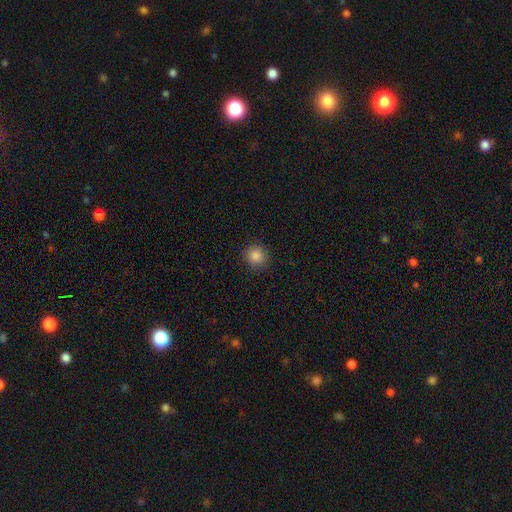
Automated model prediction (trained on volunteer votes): smooth 85%, star or artifact 11%, featured or disk 4%. Down the decision tree: how rounded — round (91%); merging — none (91%).